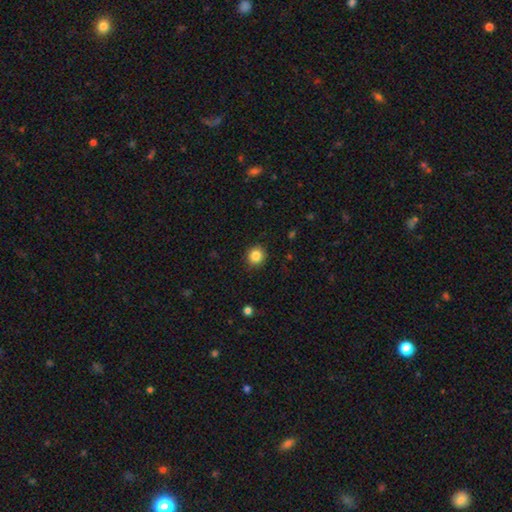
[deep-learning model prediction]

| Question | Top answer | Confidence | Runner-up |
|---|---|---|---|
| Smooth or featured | smooth | 85% | star or artifact (10%) |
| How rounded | round | 88% | in between (11%) |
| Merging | none | 90% | minor disturbance (7%) |